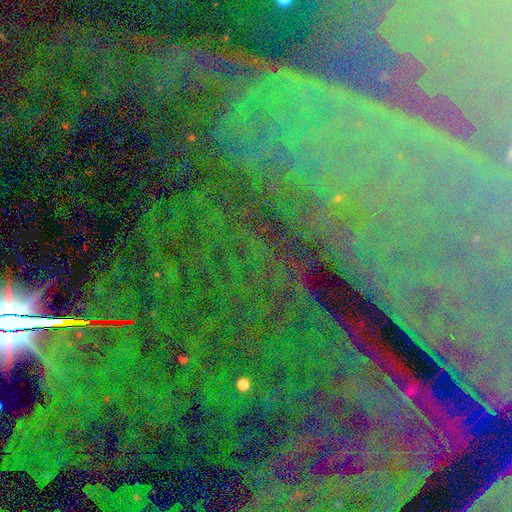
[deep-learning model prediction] Morphology: type=star or artifact (85%).